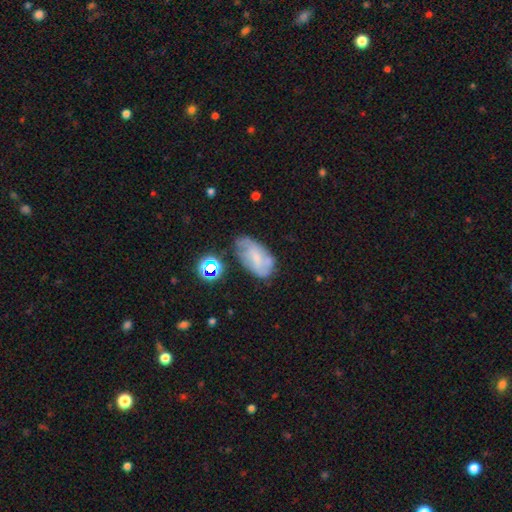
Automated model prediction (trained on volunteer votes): A featured or disk galaxy (47%).

Vote fractions:
- Smooth or featured? featured or disk: 47% / smooth: 42% / star or artifact: 11%
- Merging? none: 49% / minor disturbance: 30% / major disturbance: 14% / merger: 8%